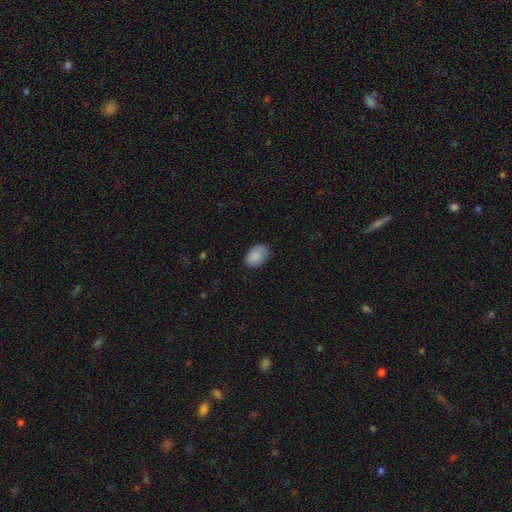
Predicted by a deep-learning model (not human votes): Overall: smooth (88%). How rounded: in between (87%). Merging: none (82%).